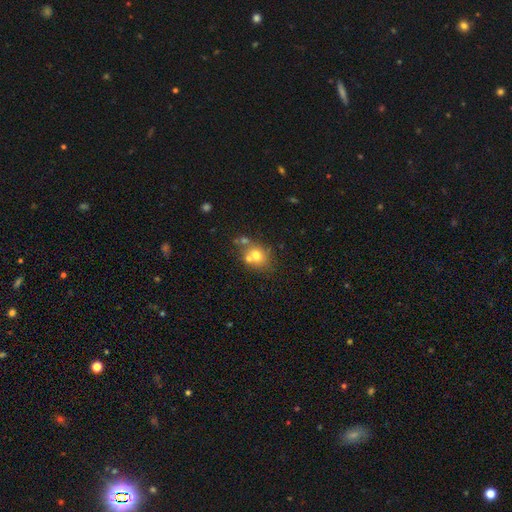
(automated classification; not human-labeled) Smooth or featured? Predicted: smooth (p=0.68). How rounded? Predicted: round (p=0.66). Merging? Predicted: none (p=0.49).